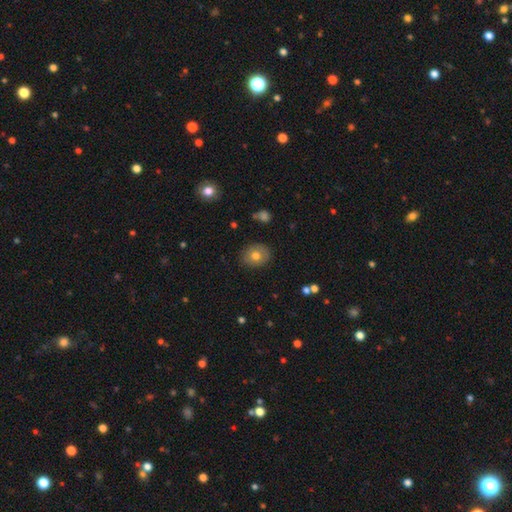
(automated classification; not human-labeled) A smooth galaxy with no disk features (74%) that is round (57%). Merging: none (86%).